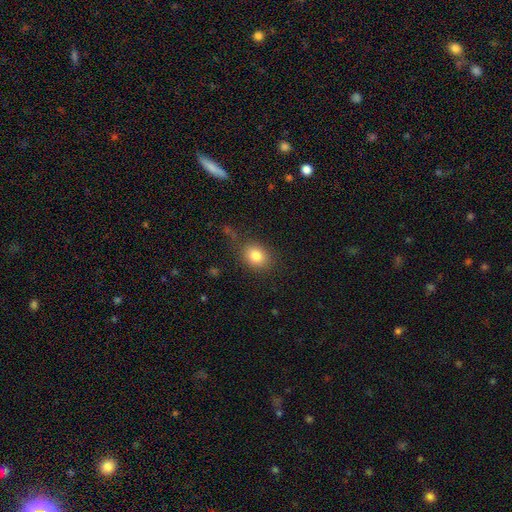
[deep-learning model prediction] A smooth galaxy with no disk features (83%) that is round (52%). Merging: none (79%).